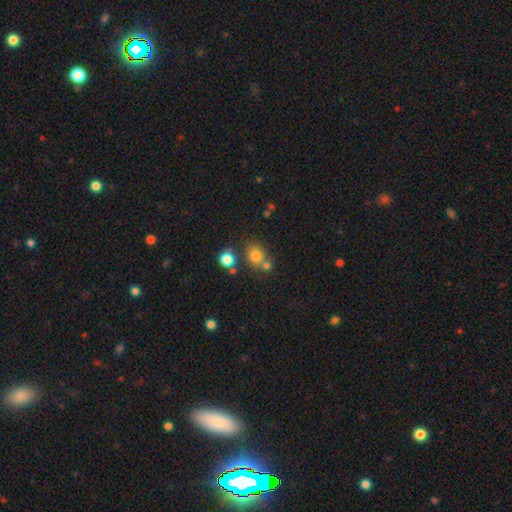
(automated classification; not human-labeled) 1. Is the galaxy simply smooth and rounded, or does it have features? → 76% smooth, 15% star or artifact, 9% featured or disk.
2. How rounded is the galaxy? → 74% round, 25% in between, 1% cigar-shaped.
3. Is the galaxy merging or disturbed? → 62% none, 23% merger, 11% minor disturbance, 4% major disturbance.